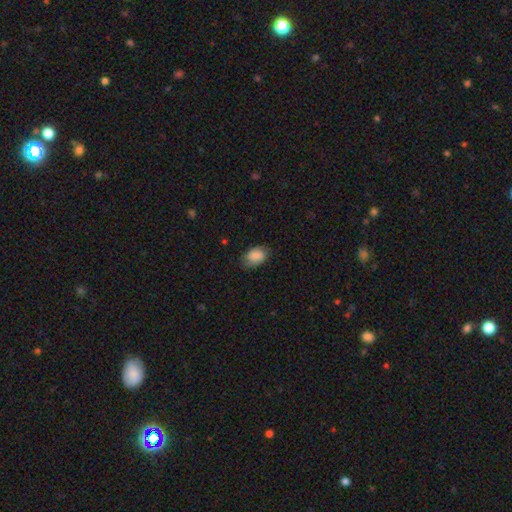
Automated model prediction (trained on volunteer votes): A smooth galaxy with no disk features (79%) that is in between round and cigar-shaped (87%). Merging: none (71%).